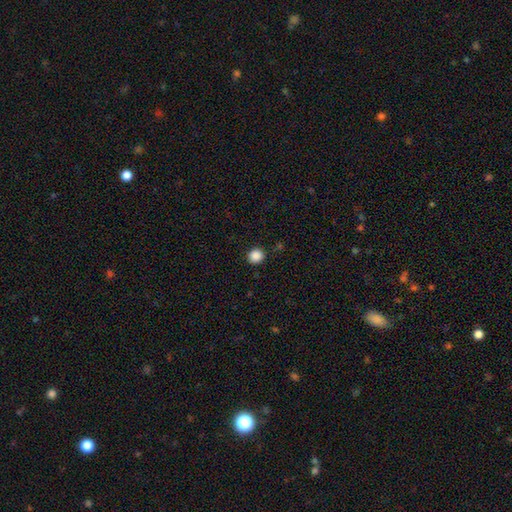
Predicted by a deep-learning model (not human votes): smooth 87%, star or artifact 10%, featured or disk 2%. Down the decision tree: how rounded — round (90%); merging — none (91%).